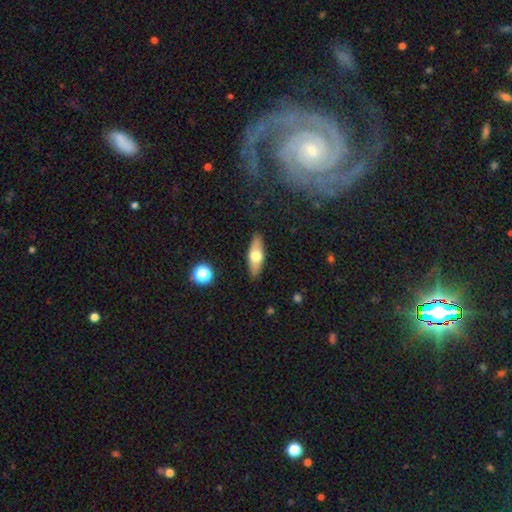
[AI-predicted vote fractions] smooth 56%, featured or disk 38%, star or artifact 7%. Down the decision tree: how rounded — in between (62%); merging — none (88%).